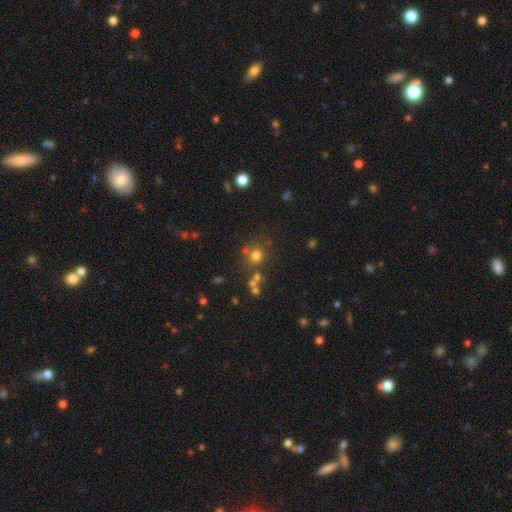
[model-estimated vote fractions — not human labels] Morphology: type=smooth (69%); roundness=round (87%); merging=none (68%).